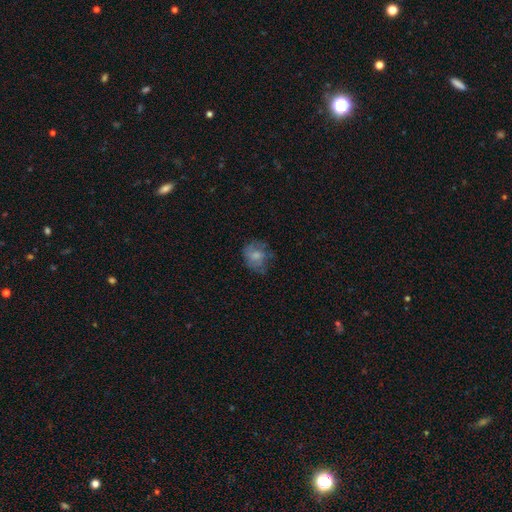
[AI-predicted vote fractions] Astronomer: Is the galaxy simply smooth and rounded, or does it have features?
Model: smooth — 57% (runner-up: featured or disk, 33%).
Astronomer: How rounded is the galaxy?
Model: round — 64%.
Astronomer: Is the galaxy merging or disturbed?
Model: none — 58%.